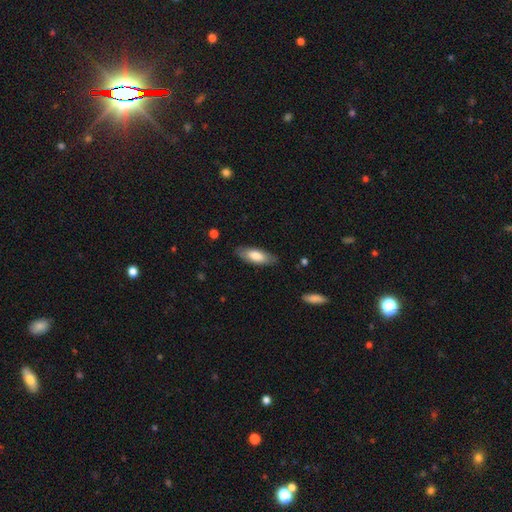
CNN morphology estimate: smooth 74%, featured or disk 20%, star or artifact 5%. Down the decision tree: how rounded — in between (73%); merging — none (84%).